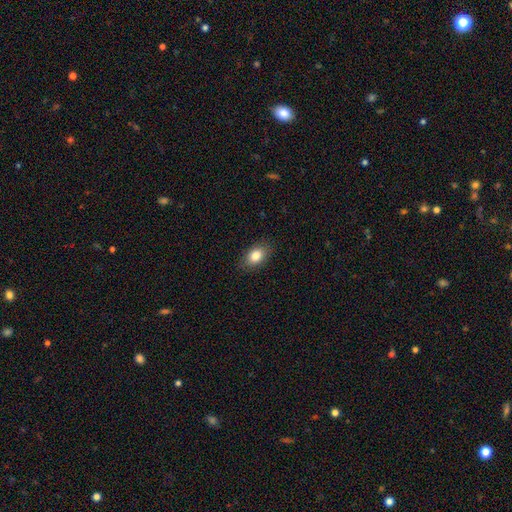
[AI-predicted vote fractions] The model was most divided on "how rounded": in between: 85%, round: 13%, cigar-shaped: 2%. More confident: merging — none (85%); smooth or featured — smooth (83%).